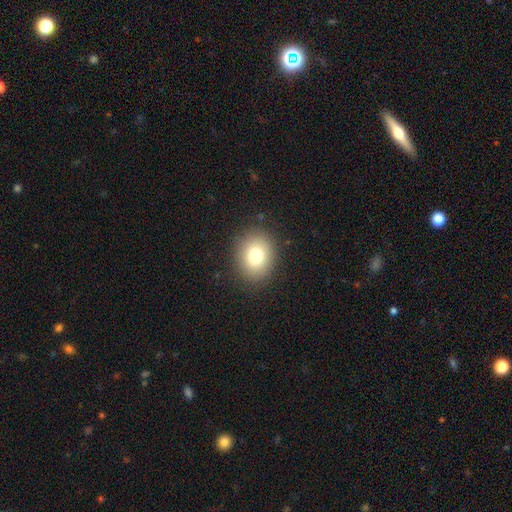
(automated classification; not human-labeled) smooth_or_featured: smooth (p=0.78) [alt: star or artifact p=0.11]
how_rounded: round (p=0.62) [alt: in between p=0.37]
merging: none (p=0.88) [alt: minor disturbance p=0.08]